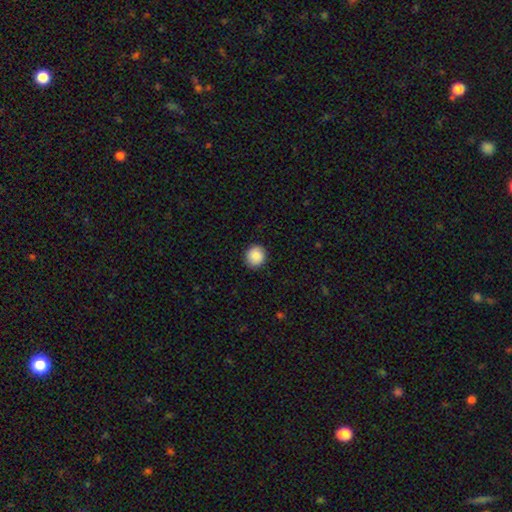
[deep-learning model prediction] Overall: smooth (89%). How rounded: round (88%). Merging: none (91%).